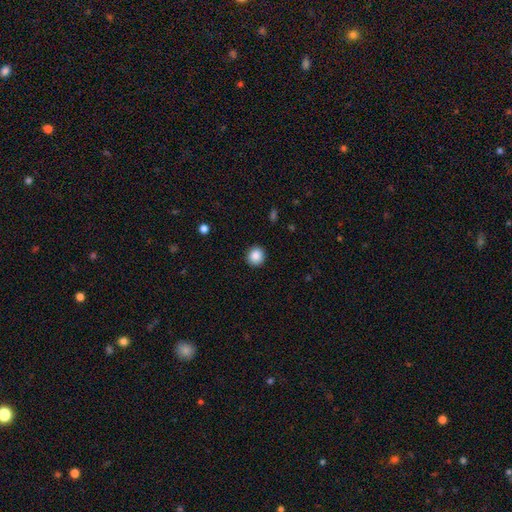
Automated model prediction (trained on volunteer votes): Q: Smooth or featured?
A: smooth (88%); runner-up: star or artifact (9%)
Q: How rounded?
A: round (90%); runner-up: in between (10%)
Q: Merging?
A: none (91%); runner-up: minor disturbance (6%)